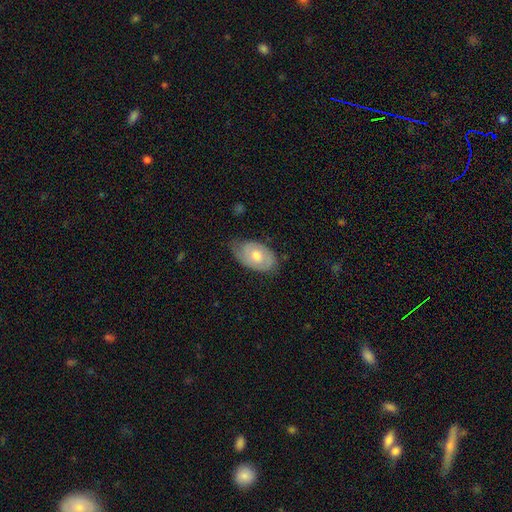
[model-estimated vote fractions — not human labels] Q: Smooth or featured?
A: smooth (48%); runner-up: featured or disk (46%)
Q: Merging?
A: none (59%); runner-up: minor disturbance (32%)